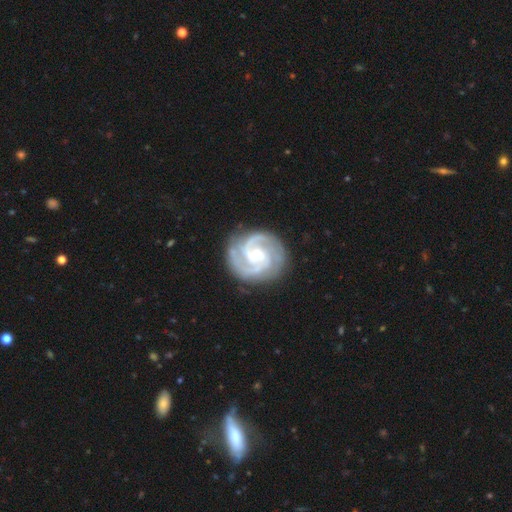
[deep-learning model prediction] A featured or disk galaxy (92%) with a weak bar (50%), 2 (64%) tight (55%) spiral arms (99%) and a moderate central bulge (46%). Merging: none (80%).